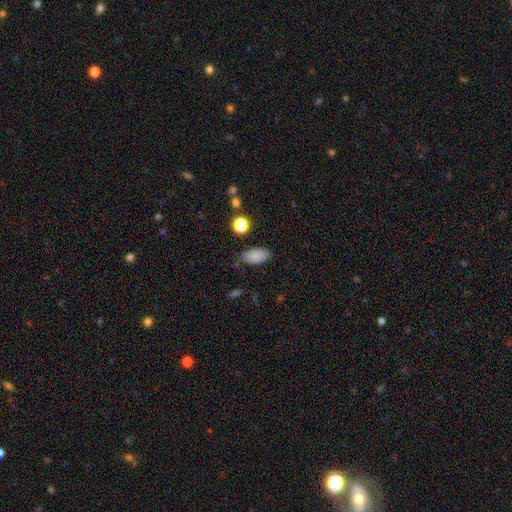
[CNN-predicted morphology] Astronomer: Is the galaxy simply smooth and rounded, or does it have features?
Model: smooth — 84%.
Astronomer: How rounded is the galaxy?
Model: in between — 92%.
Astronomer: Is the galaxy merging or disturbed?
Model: none — 77%.